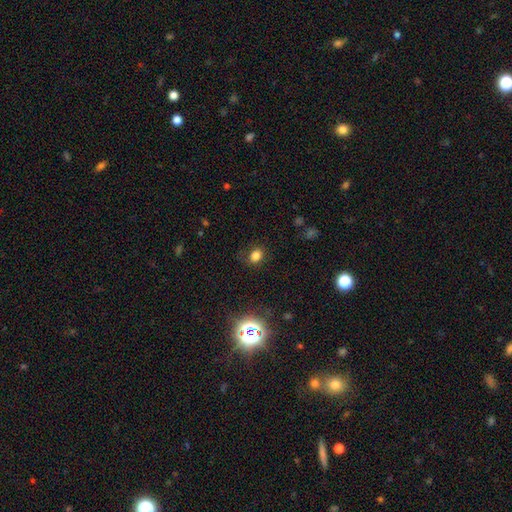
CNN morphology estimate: Smooth or featured? smooth (76%)
How rounded? in between (57%)
Merging? none (77%)